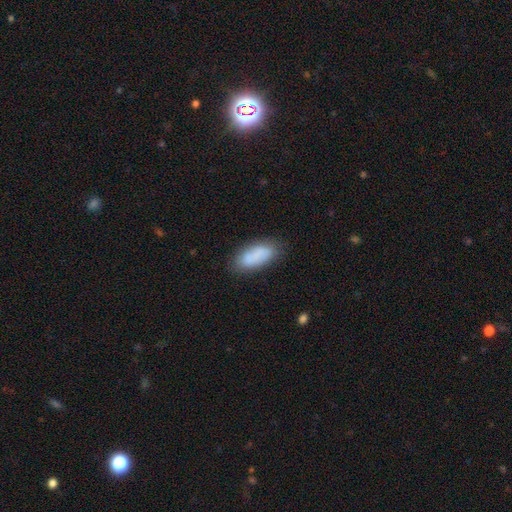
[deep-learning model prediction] Overall: smooth (80%). How rounded: in between (87%). Merging: none (76%).